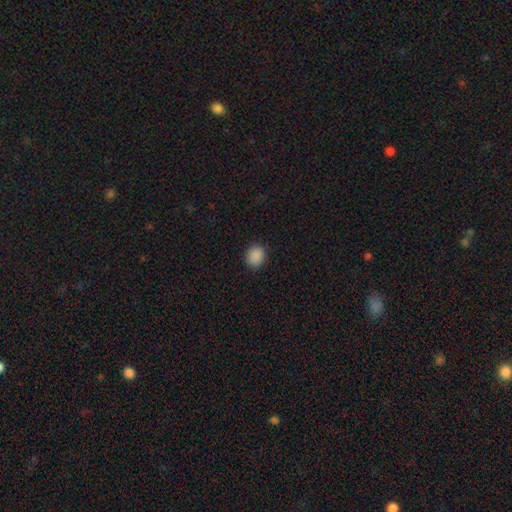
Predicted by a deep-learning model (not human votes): This appears to be a smooth galaxy with no disk features (88%) that is round (71%). Merging: none (88%).